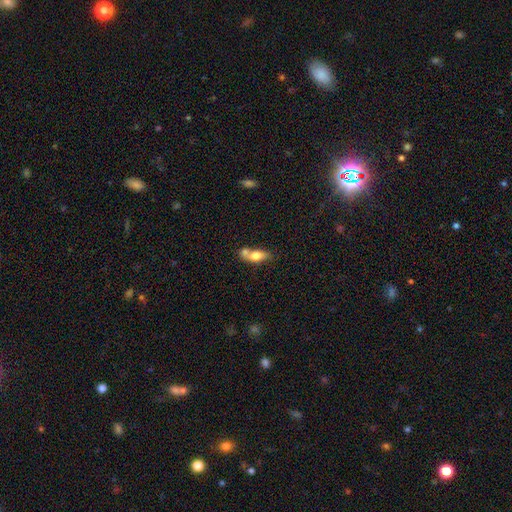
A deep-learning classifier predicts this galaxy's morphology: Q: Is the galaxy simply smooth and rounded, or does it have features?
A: smooth — 69%.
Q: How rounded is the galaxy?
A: in between — 76%.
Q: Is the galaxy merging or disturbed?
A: merger — 45%.